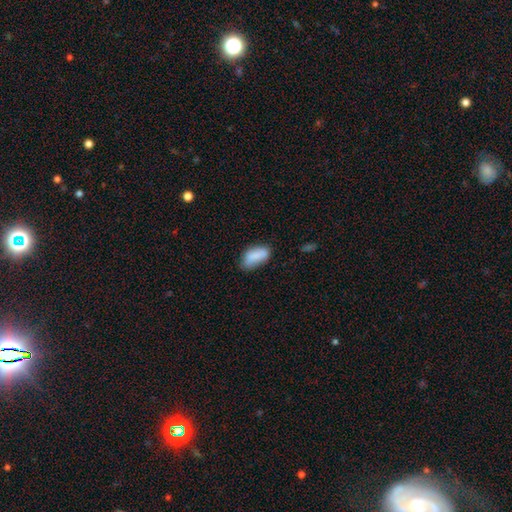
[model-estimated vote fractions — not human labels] smooth-or-featured: smooth: 84% | featured or disk: 8% | star or artifact: 8%
  how-rounded: in between: 91% | cigar-shaped: 5% | round: 3%
  merging: none: 61% | minor disturbance: 29% | major disturbance: 7% | merger: 3%